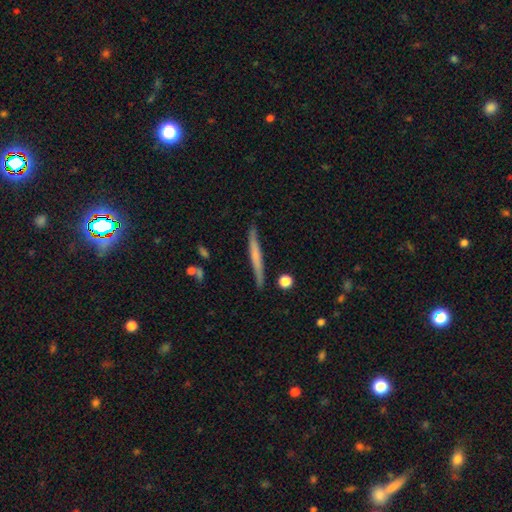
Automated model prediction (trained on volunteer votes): Overall: smooth (50%; featured or disk 44%). Merging: none (87%).